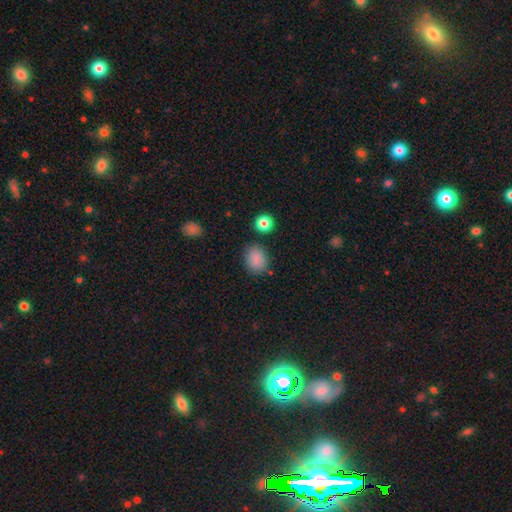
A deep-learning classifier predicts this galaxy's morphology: Smooth or featured? Predicted: smooth (p=0.86). How rounded? Predicted: in between (p=0.52). Merging? Predicted: none (p=0.80).